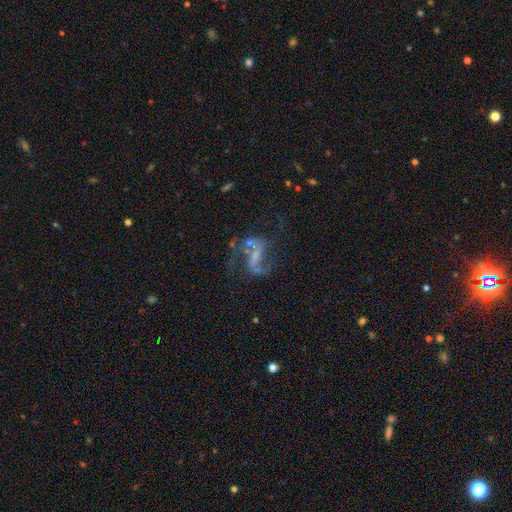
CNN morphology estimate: Smooth or featured? featured or disk (81%)
Edge-on disk? no (97%)
Bar? weak (43%)
Spiral arms? yes (90%)
Spiral winding? loose (56%)
Spiral arm count? 2 (88%)
Bulge size? none (39%)
Merging? none (50%)